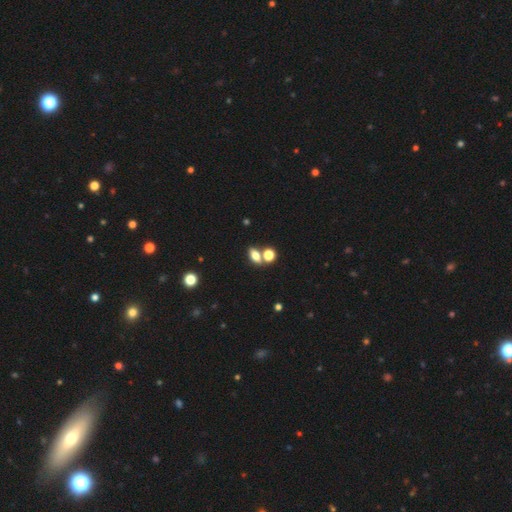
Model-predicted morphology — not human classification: Smooth or featured: smooth — 74% (star or artifact — 13%)
How rounded: in between — 75% (round — 18%)
Merging: none — 53% (merger — 33%)